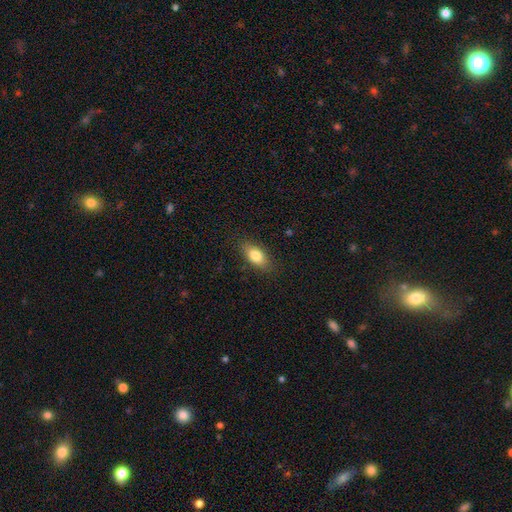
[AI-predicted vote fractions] smooth 81%, featured or disk 11%, star or artifact 7%. Down the decision tree: how rounded — in between (87%); merging — none (84%).